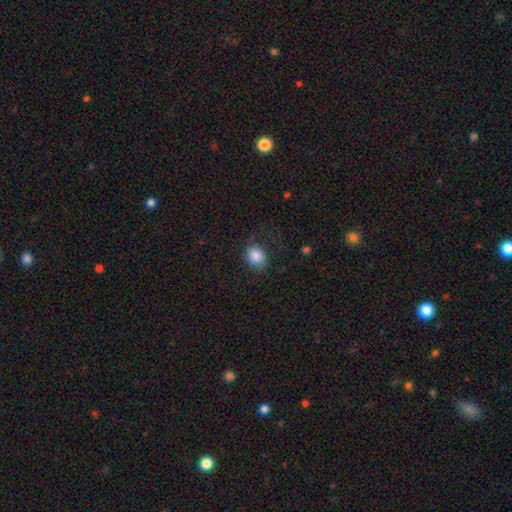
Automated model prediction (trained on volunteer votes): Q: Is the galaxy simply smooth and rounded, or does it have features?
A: smooth — 85%.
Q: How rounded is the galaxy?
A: round — 68%.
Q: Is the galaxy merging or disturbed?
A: none — 74%.